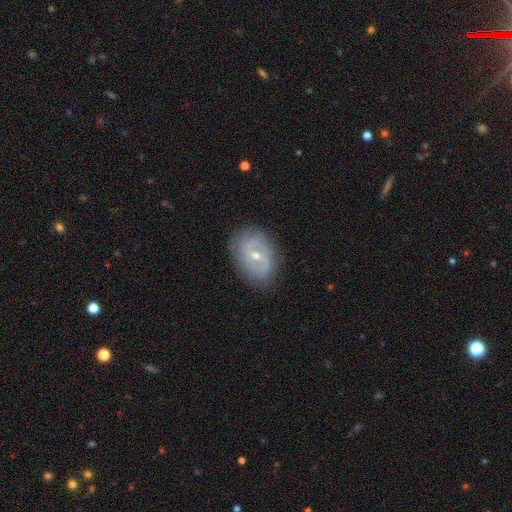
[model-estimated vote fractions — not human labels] Overall: featured or disk (72%). Edge-on disk: no (95%). Bar: weak (46%; no 37%). Spiral arms: yes (73%). Spiral arm count: 2 (54%; can't tell 31%). Spiral winding: tight (49%; medium 35%). Bulge size: small (49%; moderate 48%). Merging: none (78%).